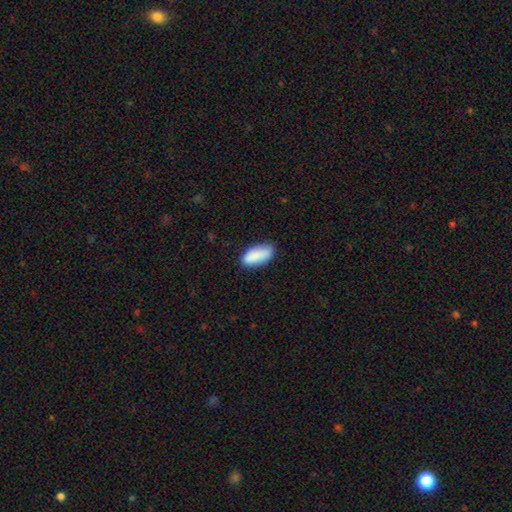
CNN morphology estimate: smooth-or-featured: smooth: 87% | featured or disk: 6% | star or artifact: 6%
  how-rounded: in between: 87% | cigar-shaped: 10% | round: 2%
  merging: none: 74% | minor disturbance: 21% | major disturbance: 4% | merger: 2%